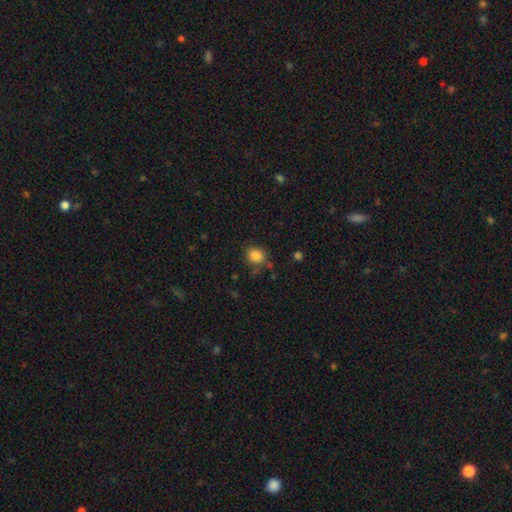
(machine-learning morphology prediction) smooth 85%, star or artifact 11%, featured or disk 4%. Down the decision tree: how rounded — round (80%); merging — none (76%).